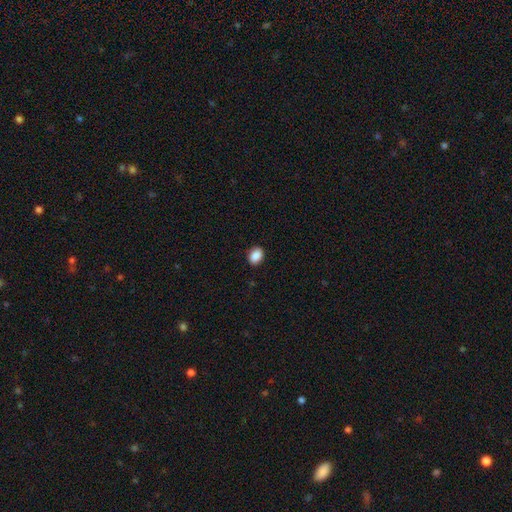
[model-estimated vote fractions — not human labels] Q: Smooth or featured?
A: smooth (89%); runner-up: star or artifact (8%)
Q: How rounded?
A: in between (75%); runner-up: round (23%)
Q: Merging?
A: none (89%); runner-up: minor disturbance (8%)